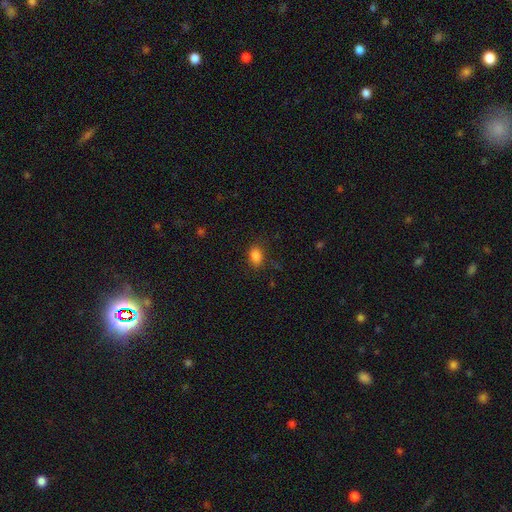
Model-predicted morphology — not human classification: smooth-or-featured: smooth: 85% | star or artifact: 11% | featured or disk: 5%
  how-rounded: in between: 78% | round: 21% | cigar-shaped: 1%
  merging: none: 80% | minor disturbance: 15% | major disturbance: 4% | merger: 1%